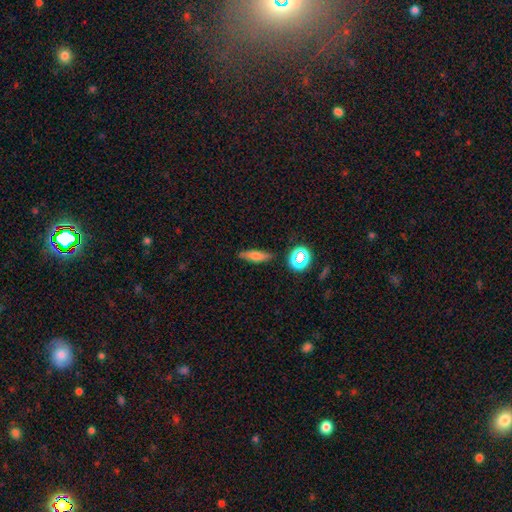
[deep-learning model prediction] Q: Smooth or featured?
A: smooth (66%); runner-up: featured or disk (22%)
Q: How rounded?
A: cigar-shaped (63%); runner-up: in between (32%)
Q: Merging?
A: none (83%); runner-up: minor disturbance (12%)